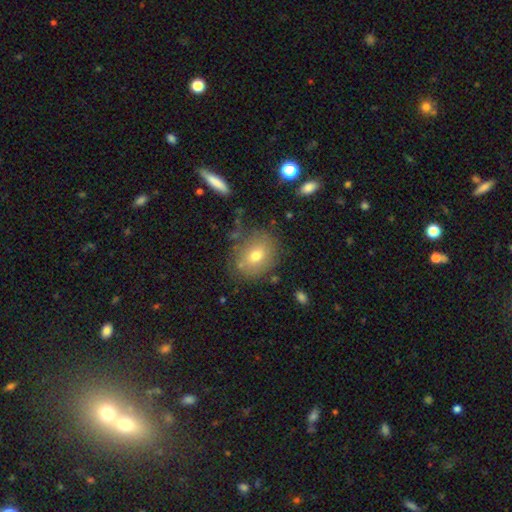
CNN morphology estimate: Smooth or featured: smooth — 69% (featured or disk — 20%)
How rounded: round — 53% (in between — 46%)
Merging: none — 75% (minor disturbance — 15%)